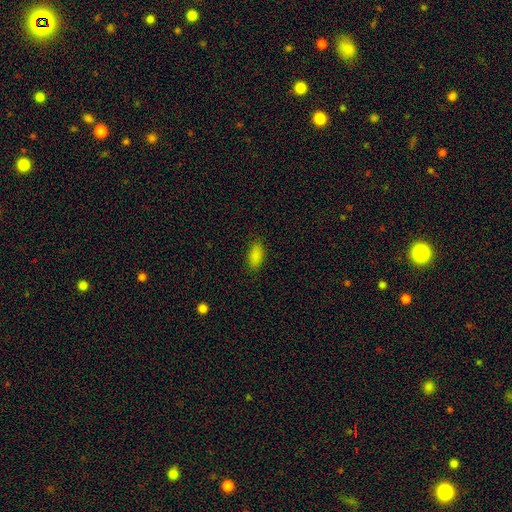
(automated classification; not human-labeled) Overall: smooth (86%). How rounded: in between (90%). Merging: none (86%).